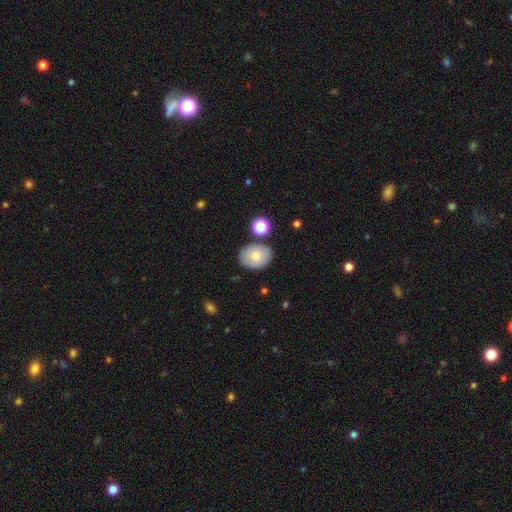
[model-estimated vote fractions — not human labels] smooth-or-featured: smooth: 70% | featured or disk: 22% | star or artifact: 8%
  how-rounded: in between: 71% | round: 28% | cigar-shaped: 1%
  merging: none: 79% | minor disturbance: 12% | merger: 6% | major disturbance: 3%